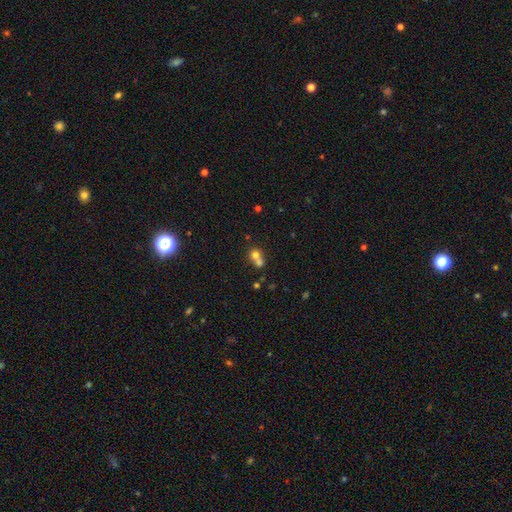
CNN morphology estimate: A smooth galaxy with no disk features (69%) that is round (77%). Merging: merger (63%).